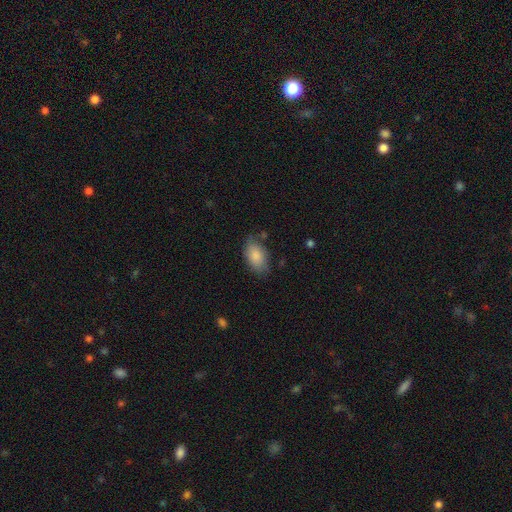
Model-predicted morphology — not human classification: A smooth galaxy with no disk features (86%) that is in between round and cigar-shaped (92%).

Vote fractions:
- Smooth or featured? smooth: 86% / featured or disk: 8% / star or artifact: 7%
- How rounded? in between: 92% / round: 6% / cigar-shaped: 2%
- Merging? none: 69% / minor disturbance: 23% / major disturbance: 5% / merger: 3%